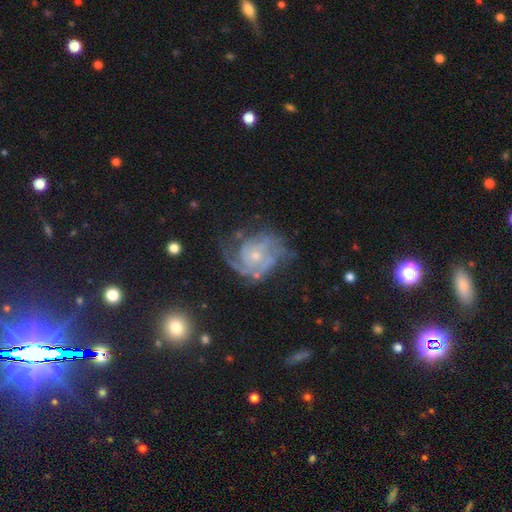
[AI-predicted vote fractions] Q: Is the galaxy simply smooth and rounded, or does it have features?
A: featured or disk — 86%.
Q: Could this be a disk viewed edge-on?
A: no — 98%.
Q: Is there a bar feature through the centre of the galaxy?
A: no — 74%.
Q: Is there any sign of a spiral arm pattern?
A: yes — 95%.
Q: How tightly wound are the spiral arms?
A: tight — 51%.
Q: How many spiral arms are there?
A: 2 — 31%.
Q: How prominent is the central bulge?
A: small — 68%.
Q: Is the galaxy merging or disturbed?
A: none — 58%.